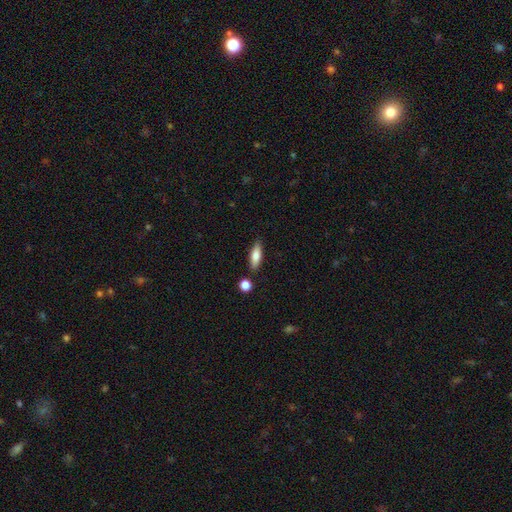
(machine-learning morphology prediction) The model was most divided on "how rounded": in between: 56%, cigar-shaped: 41%, round: 3%. More confident: merging — none (83%); smooth or featured — smooth (76%).